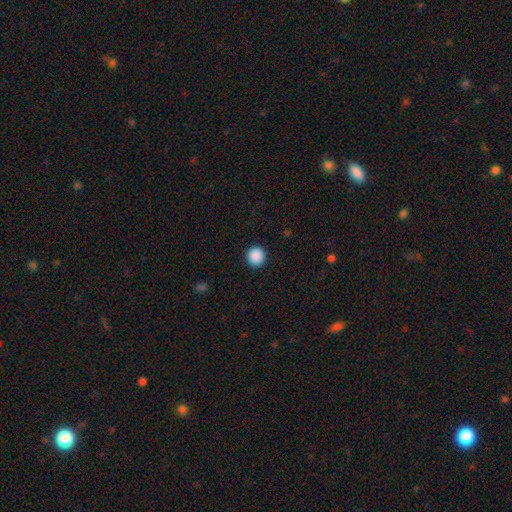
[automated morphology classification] type=smooth (89%); roundness=round (95%); merging=none (93%).